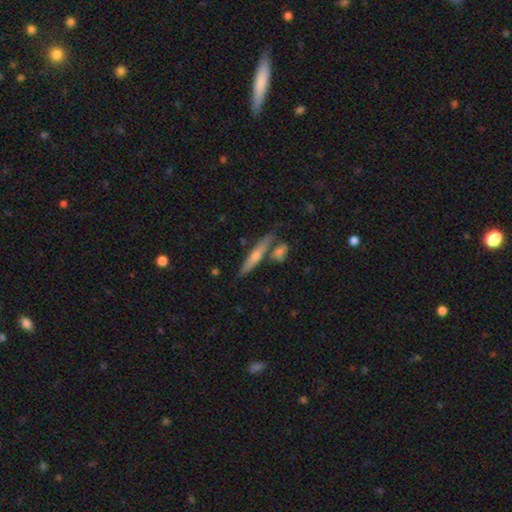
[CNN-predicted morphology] Smooth or featured? featured or disk (52%)
Edge-on disk? yes (93%)
Merging? none (75%)